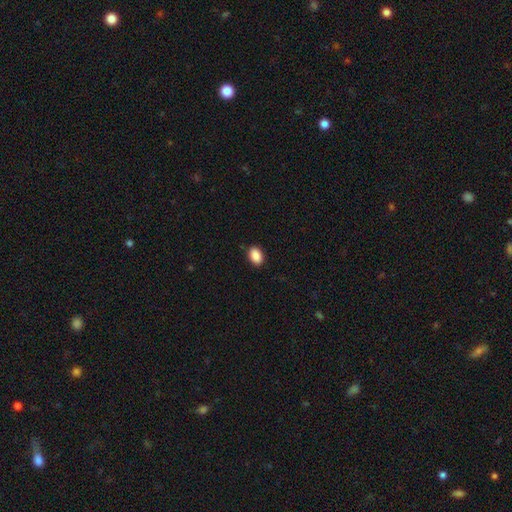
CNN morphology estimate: Smooth or featured: smooth — 90% (star or artifact — 8%)
How rounded: in between — 86% (round — 13%)
Merging: none — 88% (minor disturbance — 9%)